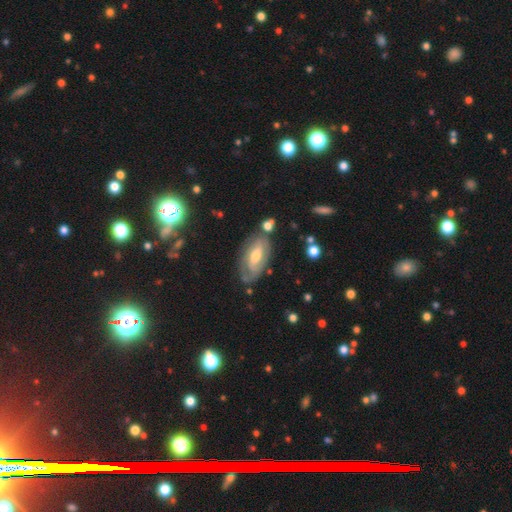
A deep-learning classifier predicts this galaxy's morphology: This appears to be a featured or disk galaxy (67%) with no bar (45%), spiral arms (72%) and a moderate central bulge (64%). Merging: none (66%).